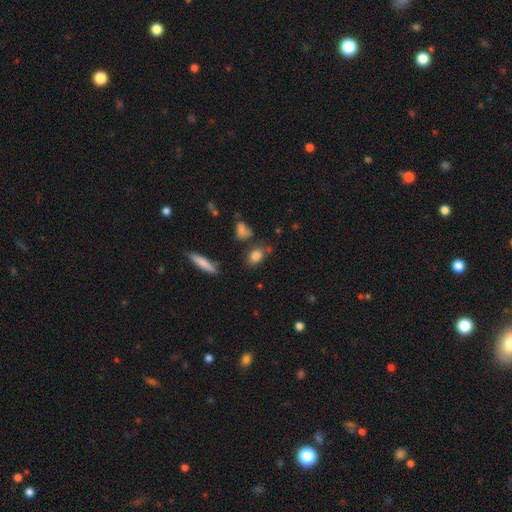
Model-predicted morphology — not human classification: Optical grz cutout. It shows a smooth galaxy with no disk features (81%) that is in between round and cigar-shaped (71%). Merging: none (69%).